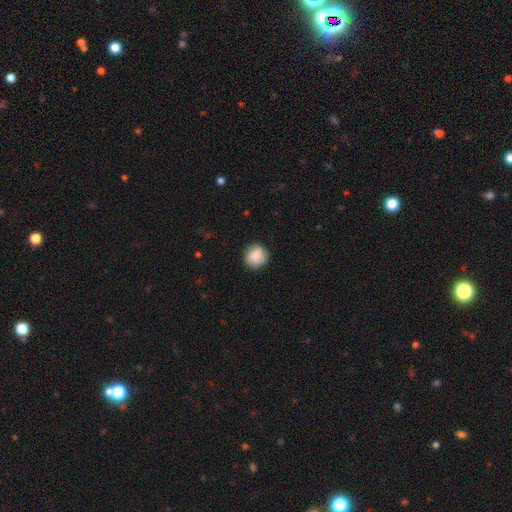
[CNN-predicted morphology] smooth 83%, featured or disk 10%, star or artifact 7%. Down the decision tree: how rounded — round (92%); merging — none (87%).